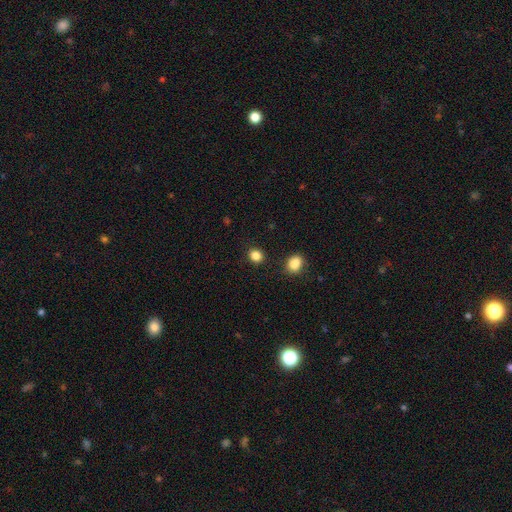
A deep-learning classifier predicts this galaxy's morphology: This is clearly a smooth galaxy (85%). How rounded: likely round (77%). Merging: clearly none (87%).